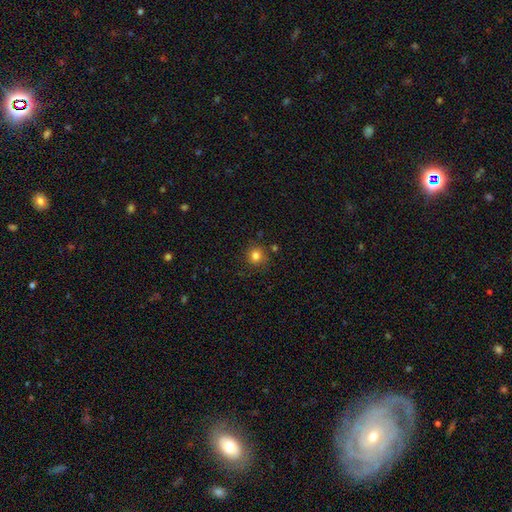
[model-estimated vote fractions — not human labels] This appears to be a smooth galaxy with no disk features (82%) that is round (87%). Merging: none (82%).